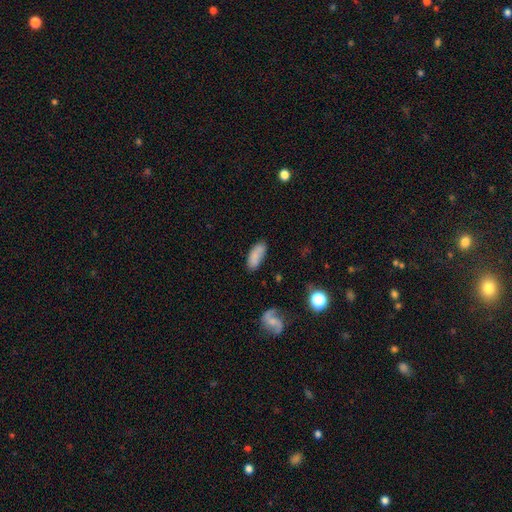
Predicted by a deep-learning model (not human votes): smooth 79%, featured or disk 13%, star or artifact 8%. Down the decision tree: how rounded — in between (82%); merging — none (73%).